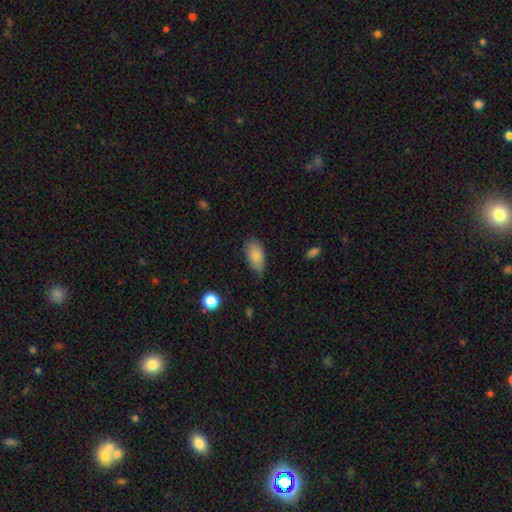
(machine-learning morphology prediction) This is clearly a smooth galaxy (84%). How rounded: clearly in between (92%). Merging: likely none (77%).